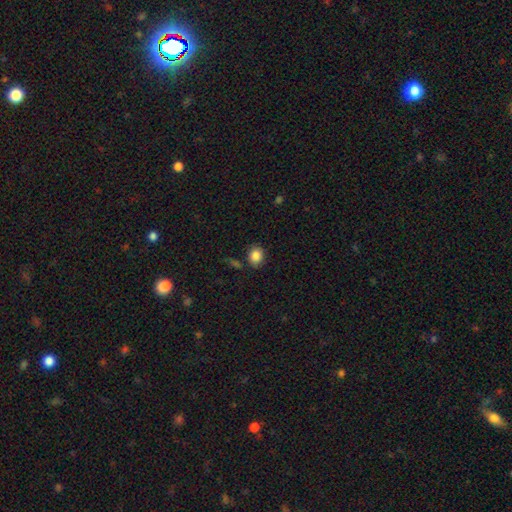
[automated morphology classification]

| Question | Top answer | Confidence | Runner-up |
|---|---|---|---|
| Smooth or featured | smooth | 85% | star or artifact (9%) |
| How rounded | round | 60% | in between (39%) |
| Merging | none | 80% | minor disturbance (13%) |